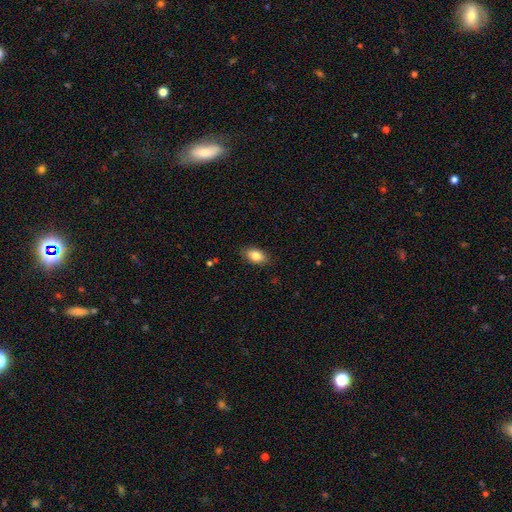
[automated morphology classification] A smooth galaxy with no disk features (83%) that is in between round and cigar-shaped (89%). Merging: none (84%).